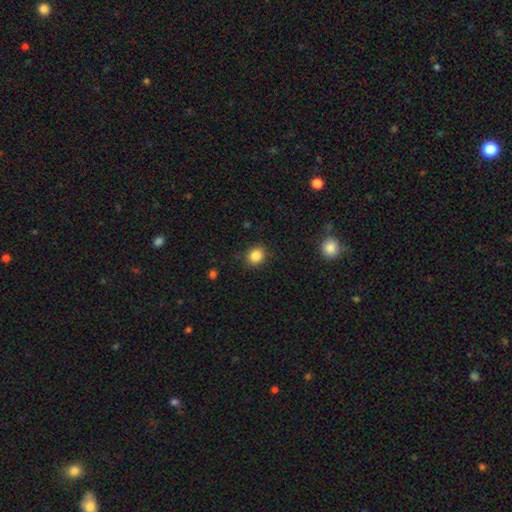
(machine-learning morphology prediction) This is clearly a smooth galaxy (86%). How rounded: likely round (75%). Merging: clearly none (86%).